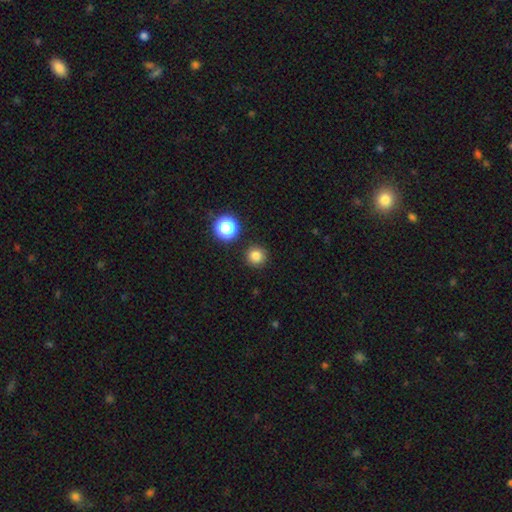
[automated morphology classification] A smooth galaxy with no disk features (80%) that is round (95%).

Vote fractions:
- Smooth or featured? smooth: 80% / star or artifact: 15% / featured or disk: 5%
- How rounded? round: 95% / in between: 4% / cigar-shaped: 1%
- Merging? none: 90% / minor disturbance: 6% / merger: 3% / major disturbance: 2%